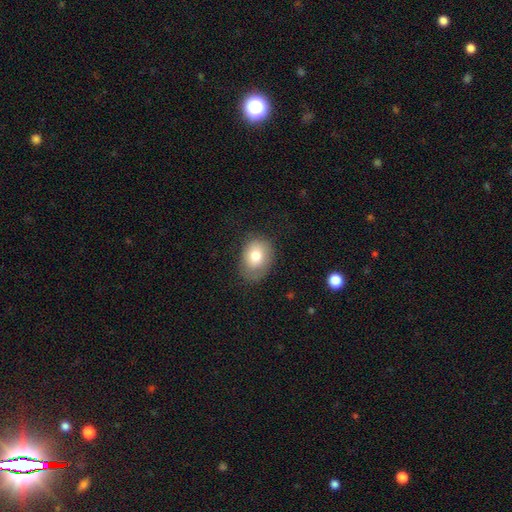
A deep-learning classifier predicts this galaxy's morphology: Smooth or featured?
  - smooth: 76% *
  - featured or disk: 16%
  - star or artifact: 9%
How rounded?
  - in between: 65% *
  - round: 34%
  - cigar-shaped: 1%
Merging?
  - none: 67% *
  - minor disturbance: 23%
  - major disturbance: 8%
  - merger: 1%